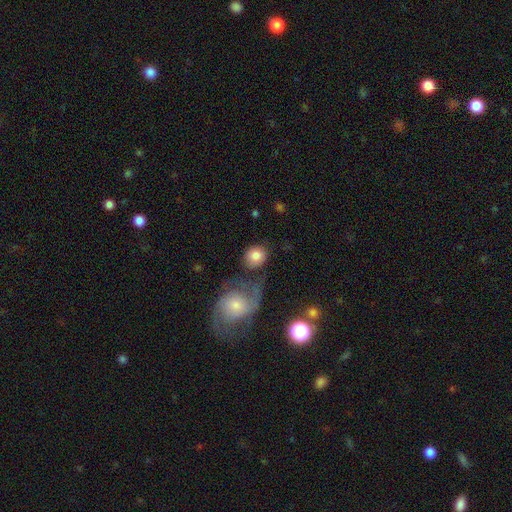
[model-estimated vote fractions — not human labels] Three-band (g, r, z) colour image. It shows a smooth galaxy with no disk features (79%) that is round (66%). Merging: none (57%).